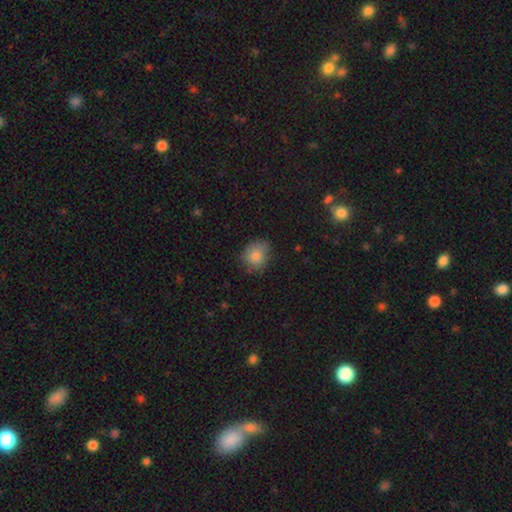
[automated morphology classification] type=smooth (82%); roundness=round (68%); merging=none (71%).